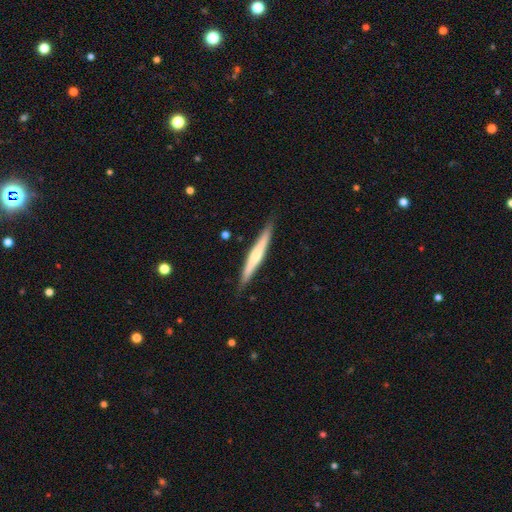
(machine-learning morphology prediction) Smooth or featured? Predicted: featured or disk (p=0.53). Edge-on disk? Predicted: yes (p=0.97). Edge-on bulge? Predicted: rounded (p=0.59). Merging? Predicted: none (p=0.88).